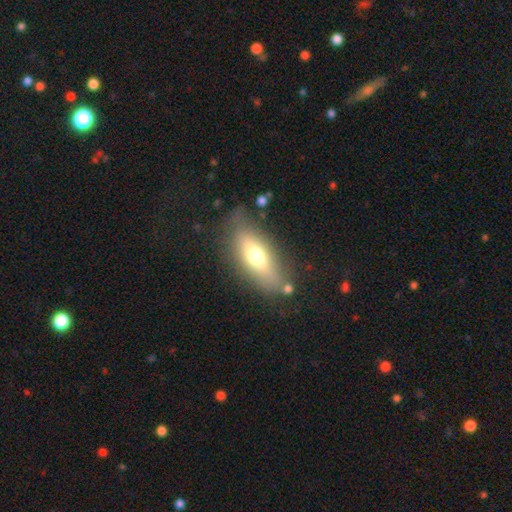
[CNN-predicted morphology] Smooth or featured?
  - smooth: 63% *
  - featured or disk: 29%
  - star or artifact: 8%
How rounded?
  - in between: 69% *
  - cigar-shaped: 27%
  - round: 4%
Merging?
  - none: 72% *
  - minor disturbance: 17%
  - major disturbance: 7%
  - merger: 4%